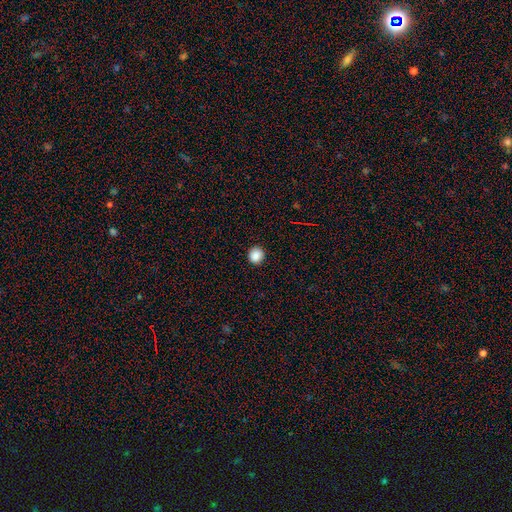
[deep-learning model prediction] A smooth galaxy with no disk features (88%) that is round (90%). Merging: none (92%).